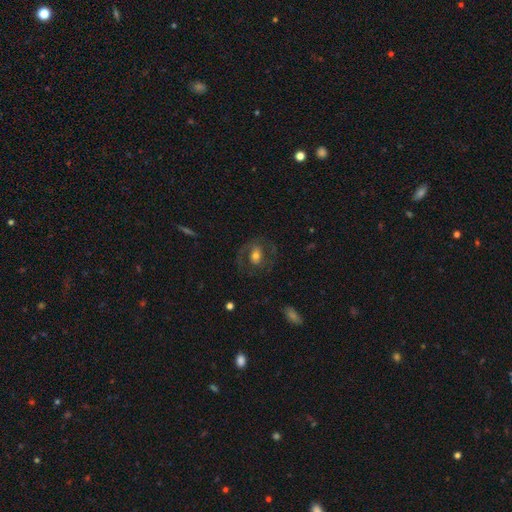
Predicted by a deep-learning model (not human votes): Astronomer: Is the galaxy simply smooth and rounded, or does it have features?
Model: featured or disk — 60%.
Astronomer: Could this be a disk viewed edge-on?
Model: no — 96%.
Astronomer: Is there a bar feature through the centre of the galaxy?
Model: no — 46% (runner-up: weak, 35%).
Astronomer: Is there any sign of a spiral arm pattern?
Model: yes — 72%.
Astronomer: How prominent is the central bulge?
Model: moderate — 60%.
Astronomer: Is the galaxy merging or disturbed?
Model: none — 69%.